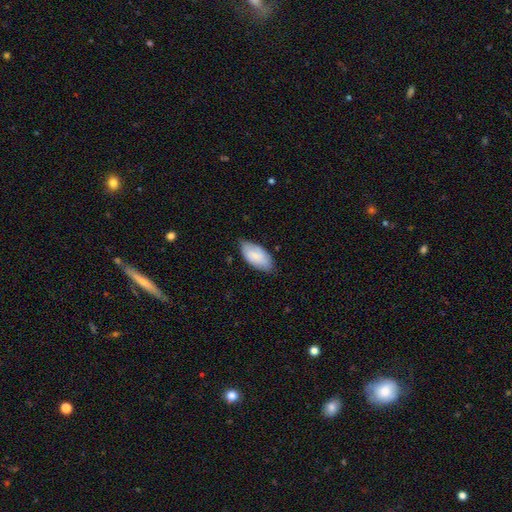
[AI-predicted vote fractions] This appears to be a smooth galaxy with no disk features (76%) that is in between round and cigar-shaped (94%). Merging: none (70%).